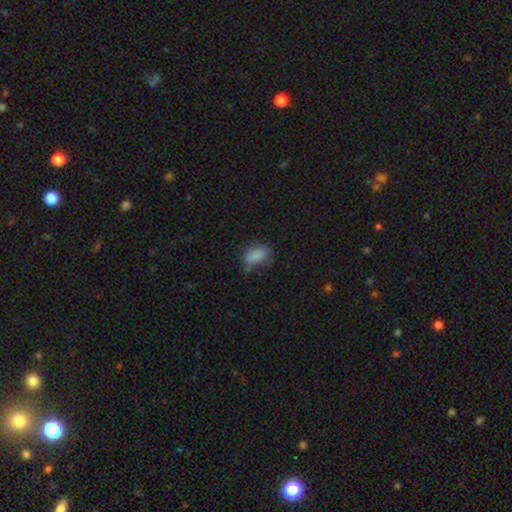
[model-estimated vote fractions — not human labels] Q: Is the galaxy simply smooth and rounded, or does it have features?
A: smooth — 82%.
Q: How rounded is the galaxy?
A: in between — 84%.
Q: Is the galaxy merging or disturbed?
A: none — 50%.